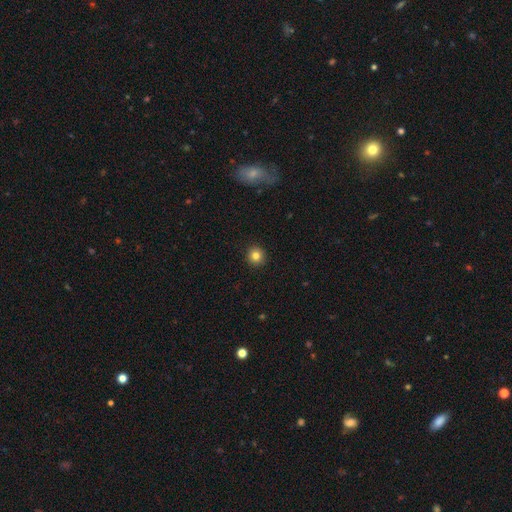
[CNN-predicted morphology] A smooth galaxy with no disk features (82%) that is round (95%). Merging: none (93%).